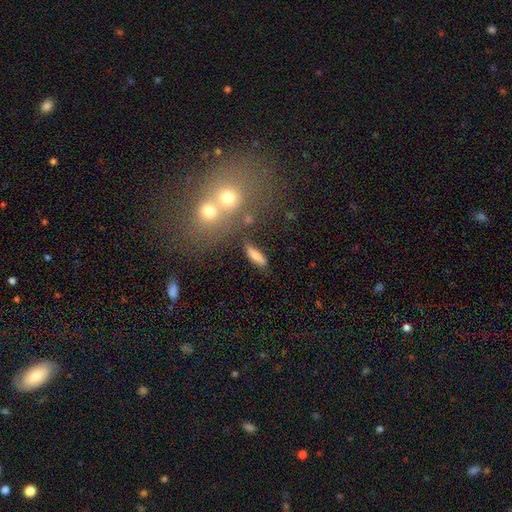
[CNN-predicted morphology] smooth-or-featured: smooth: 77% | featured or disk: 14% | star or artifact: 9%
  how-rounded: cigar-shaped: 59% | in between: 37% | round: 4%
  merging: none: 72% | minor disturbance: 14% | merger: 8% | major disturbance: 5%